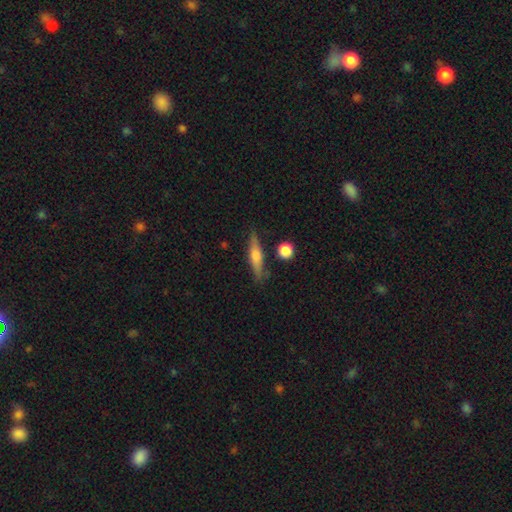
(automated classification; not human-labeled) smooth_or_featured: featured or disk (p=0.51) [alt: smooth p=0.42]
disk_edge_on: yes (p=0.94) [alt: no p=0.06]
merging: none (p=0.82) [alt: minor disturbance p=0.11]